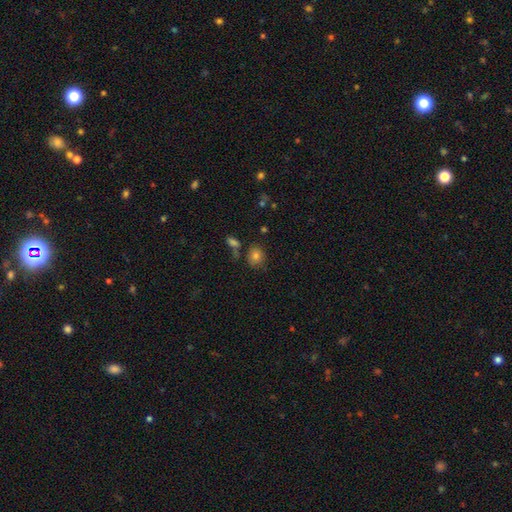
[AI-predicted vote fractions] Smooth or featured? smooth (80%)
How rounded? round (68%)
Merging? none (73%)